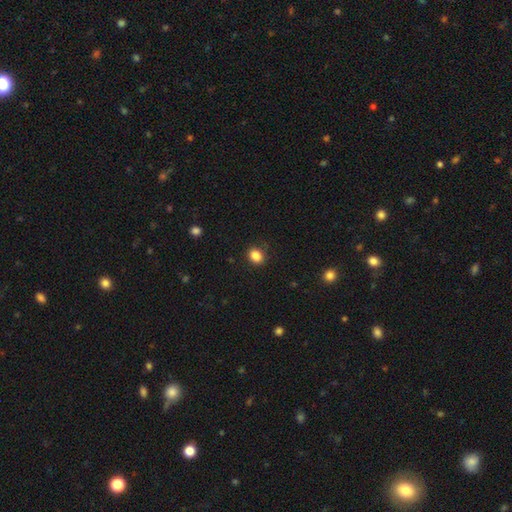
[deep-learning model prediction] Smooth or featured?
  - smooth: 86% *
  - star or artifact: 10%
  - featured or disk: 4%
How rounded?
  - round: 55% *
  - in between: 45%
  - cigar-shaped: 1%
Merging?
  - none: 88% *
  - minor disturbance: 9%
  - major disturbance: 2%
  - merger: 1%